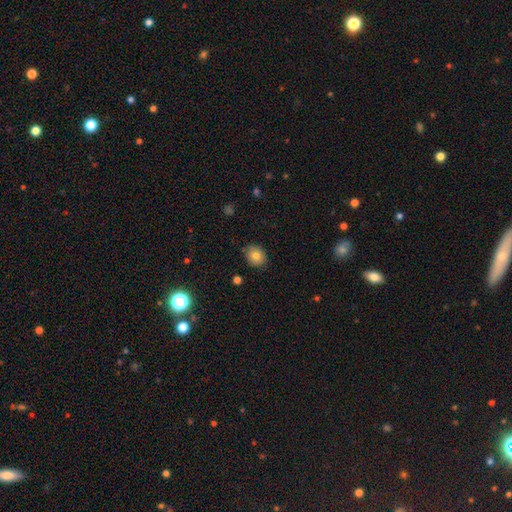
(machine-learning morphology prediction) This is likely a smooth galaxy (79%). How rounded: likely round (61%). Merging: clearly none (84%).